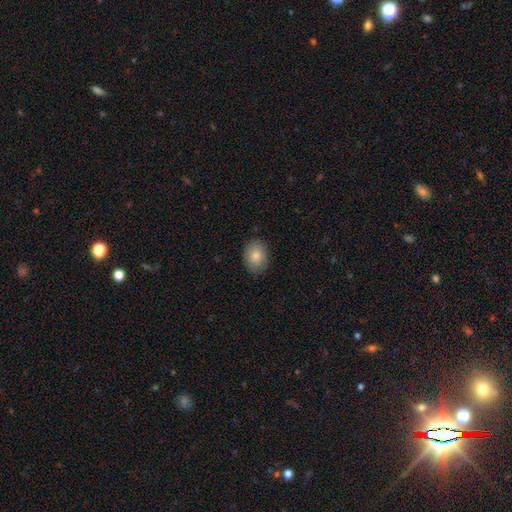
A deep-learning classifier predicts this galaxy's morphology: The model was most divided on "how rounded": in between: 68%, round: 31%, cigar-shaped: 1%. More confident: merging — none (85%); smooth or featured — smooth (83%).